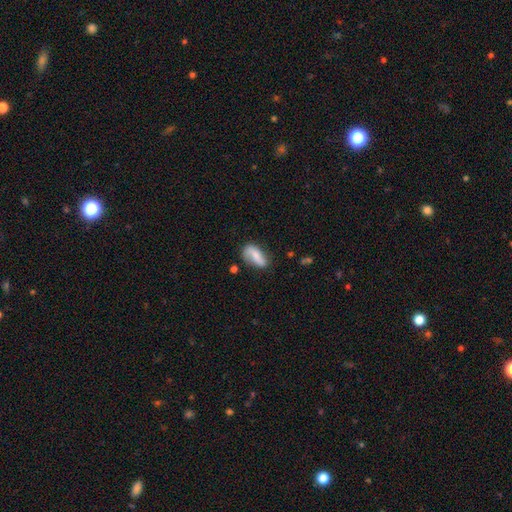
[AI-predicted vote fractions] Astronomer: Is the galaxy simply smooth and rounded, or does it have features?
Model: smooth — 52% (runner-up: featured or disk, 40%).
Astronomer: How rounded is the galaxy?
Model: in between — 81%.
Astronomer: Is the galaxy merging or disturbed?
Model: none — 58%.